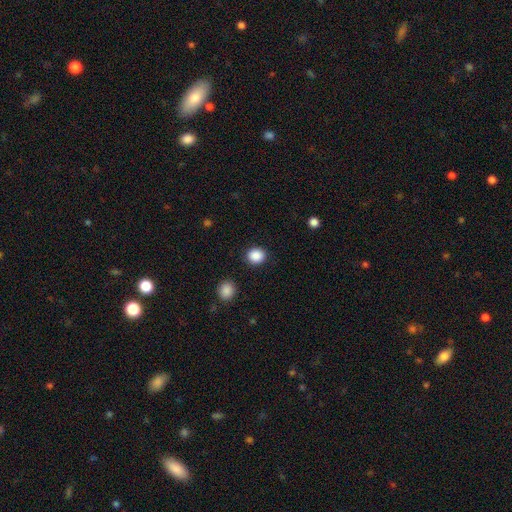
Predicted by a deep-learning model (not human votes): smooth_or_featured: smooth (p=0.88) [alt: star or artifact p=0.09]
how_rounded: round (p=0.79) [alt: in between p=0.20]
merging: none (p=0.89) [alt: minor disturbance p=0.06]